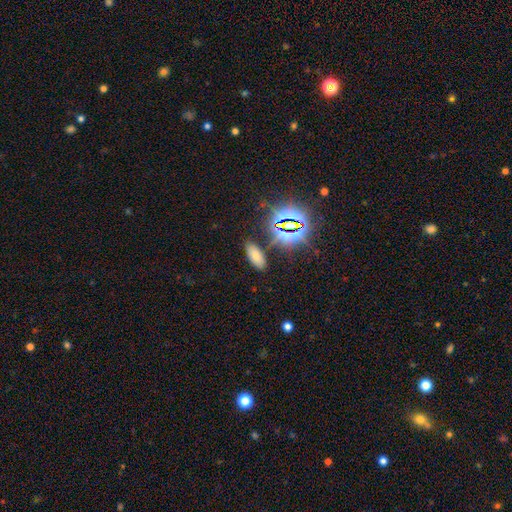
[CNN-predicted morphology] The model was most divided on "smooth or featured": smooth: 62%, star or artifact: 28%, featured or disk: 11%. More confident: how rounded — in between (85%); merging — none (84%).